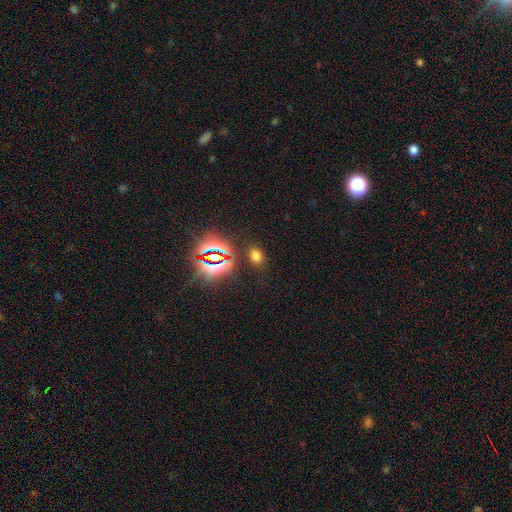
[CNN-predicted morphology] This is likely a smooth galaxy (63%). How rounded: likely in between (70%). Merging: clearly none (84%).